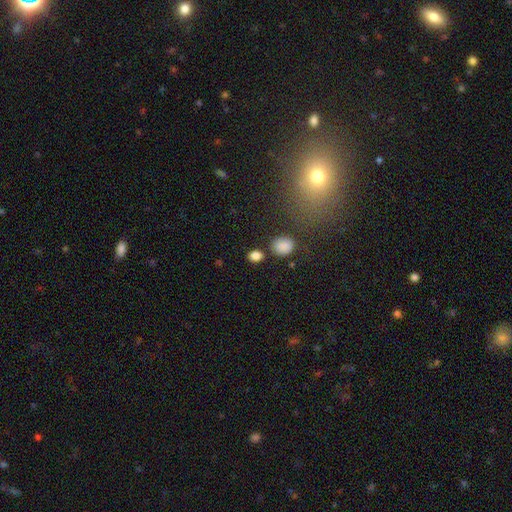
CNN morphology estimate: This is clearly a smooth galaxy (84%). How rounded: possibly in between (54%). Merging: likely none (74%).